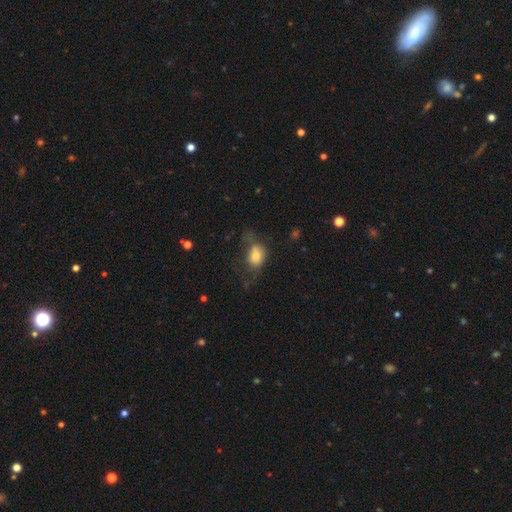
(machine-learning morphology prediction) Smooth or featured? smooth (74%)
How rounded? in between (62%)
Merging? none (34%)